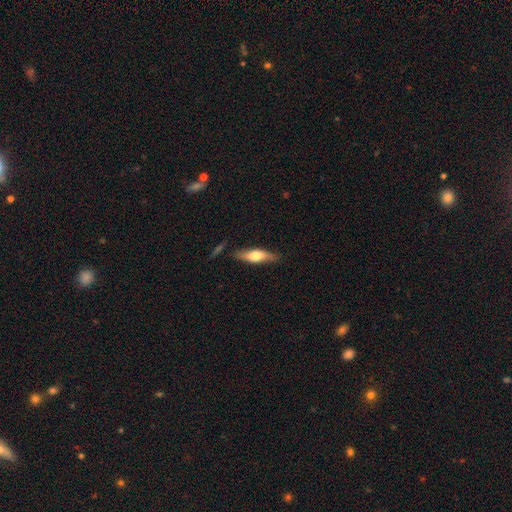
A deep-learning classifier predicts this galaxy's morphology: Smooth or featured: smooth — 55% (featured or disk — 39%)
How rounded: cigar-shaped — 57% (in between — 41%)
Merging: none — 80% (minor disturbance — 14%)